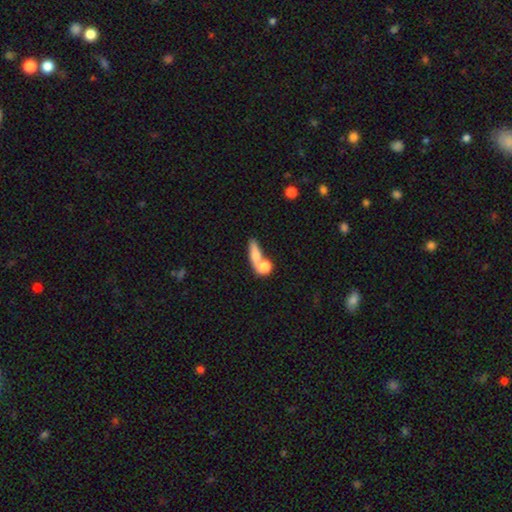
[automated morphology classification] This appears to be a smooth galaxy with no disk features (70%) that is in between round and cigar-shaped (41%). Merging: merger (44%).